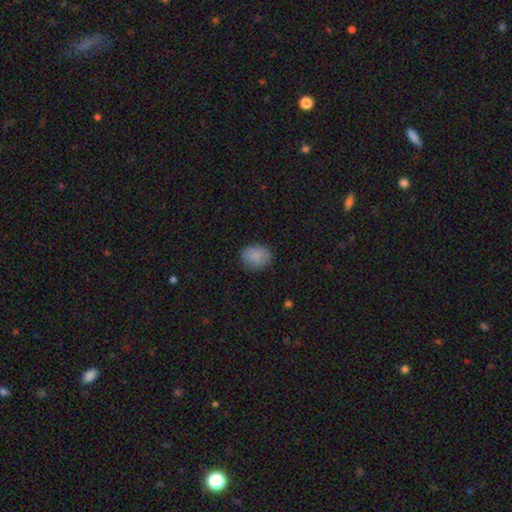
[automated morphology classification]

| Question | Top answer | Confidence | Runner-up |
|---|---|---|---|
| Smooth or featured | smooth | 86% | star or artifact (9%) |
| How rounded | round | 51% | in between (48%) |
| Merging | none | 82% | minor disturbance (14%) |